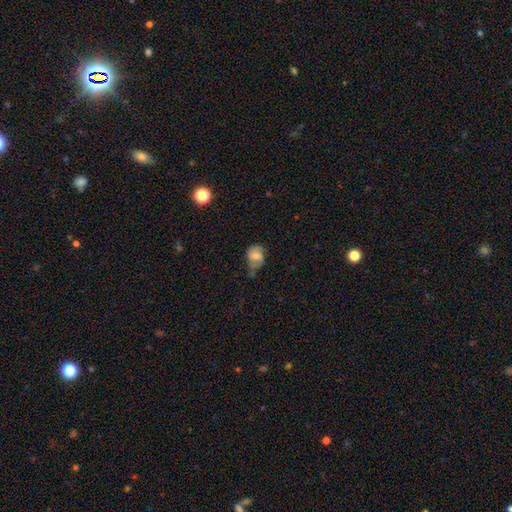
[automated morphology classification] A smooth galaxy with no disk features (63%) that is in between round and cigar-shaped (52%). Merging: none (39%).